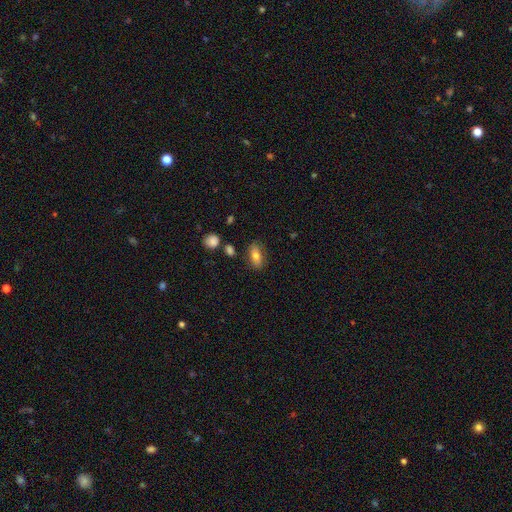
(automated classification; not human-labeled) smooth-or-featured: smooth: 72% | featured or disk: 19% | star or artifact: 8%
  how-rounded: in between: 84% | cigar-shaped: 8% | round: 8%
  merging: none: 80% | minor disturbance: 13% | major disturbance: 3% | merger: 3%